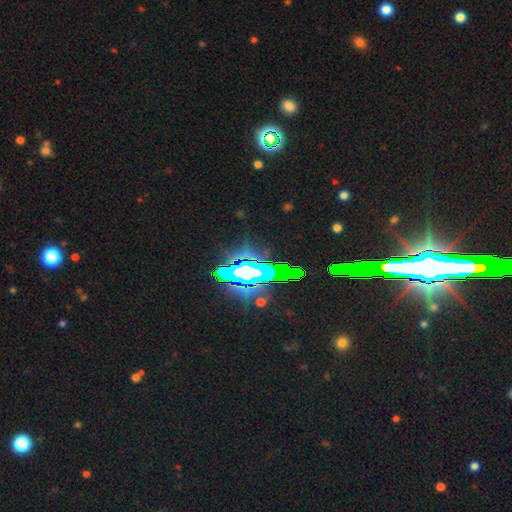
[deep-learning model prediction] This appears to be a star or artifact, not a galaxy (80%).